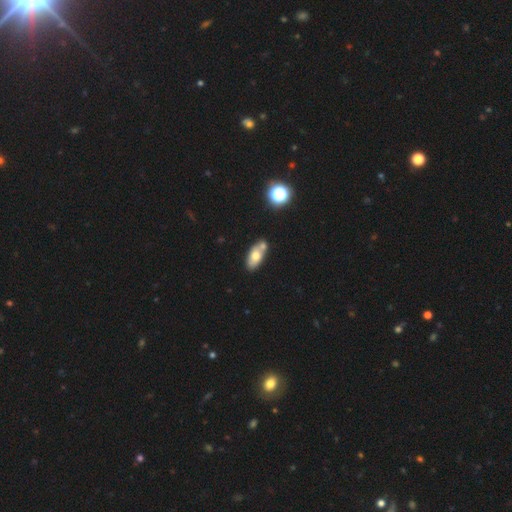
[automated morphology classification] A smooth galaxy with no disk features (68%) that is in between round and cigar-shaped (85%). Merging: none (51%).